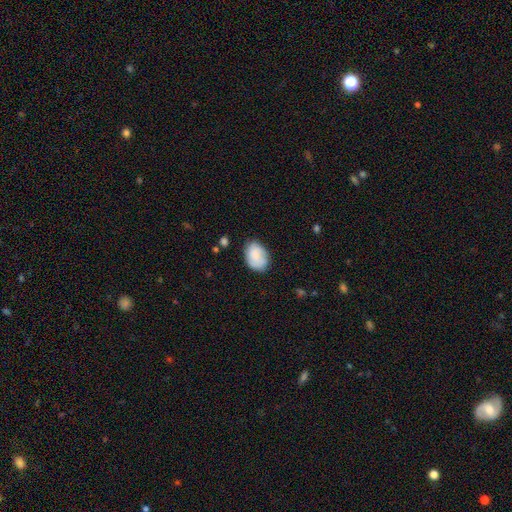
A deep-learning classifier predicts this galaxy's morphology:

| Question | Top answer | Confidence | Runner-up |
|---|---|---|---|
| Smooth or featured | smooth | 83% | featured or disk (10%) |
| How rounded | in between | 81% | round (18%) |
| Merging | none | 72% | minor disturbance (21%) |